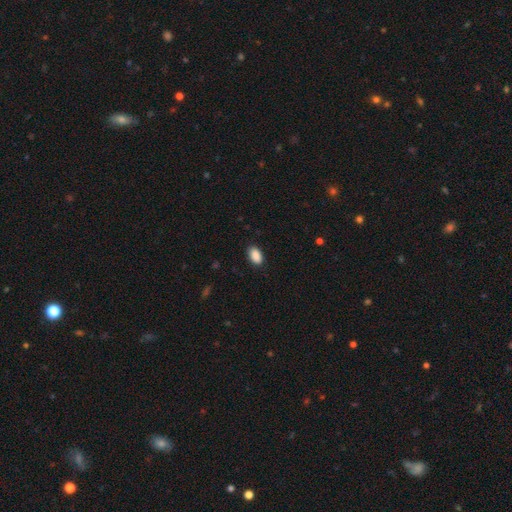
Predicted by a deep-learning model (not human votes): This appears to be a smooth galaxy with no disk features (90%) that is in between round and cigar-shaped (92%). Merging: none (88%).